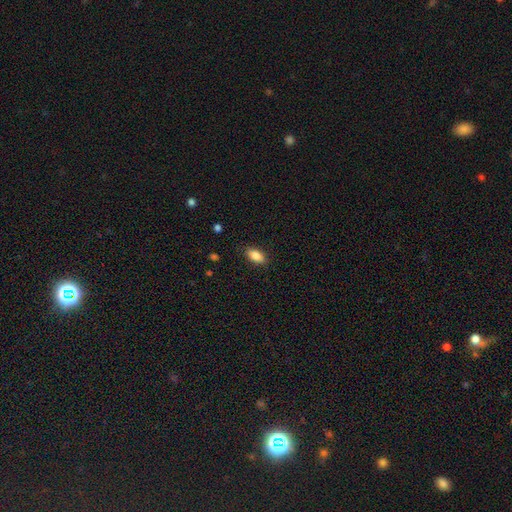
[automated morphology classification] This appears to be a smooth galaxy with no disk features (85%) that is in between round and cigar-shaped (90%). Merging: none (87%).